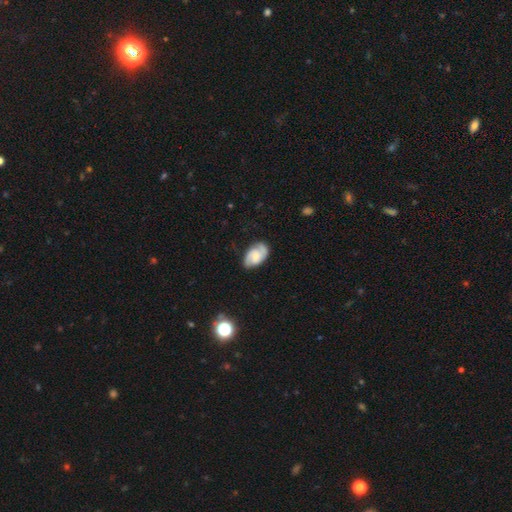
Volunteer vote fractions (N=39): Smooth or featured? 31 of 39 (79%) said featured or disk. Edge-on disk? 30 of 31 (97%) said no. Bar? 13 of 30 (43%, tied with no) said weak. Spiral arms? 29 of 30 (97%) said yes. Spiral winding? 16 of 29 (55%) said medium. Spiral arm count? 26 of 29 (90%) said 2. Bulge size? 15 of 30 (50%) said small. Merging? 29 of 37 (78%) said none.